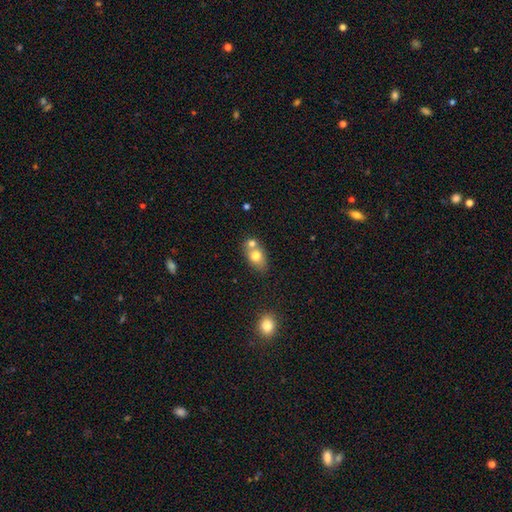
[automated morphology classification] Smooth or featured?
  - smooth: 73% *
  - featured or disk: 18%
  - star or artifact: 9%
How rounded?
  - in between: 71% *
  - round: 27%
  - cigar-shaped: 2%
Merging?
  - merger: 45% *
  - none: 40%
  - minor disturbance: 11%
  - major disturbance: 3%